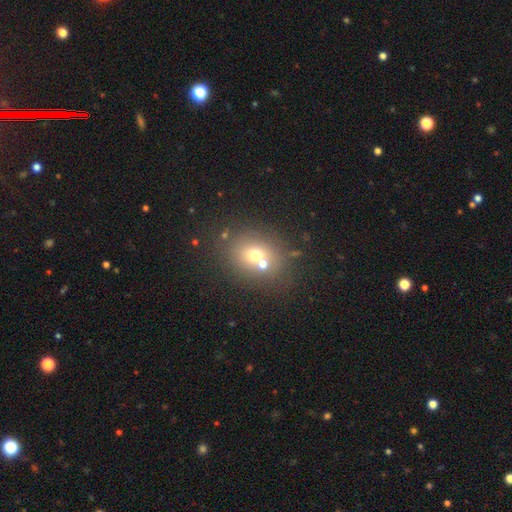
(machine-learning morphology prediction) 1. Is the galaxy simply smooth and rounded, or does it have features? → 64% smooth, 19% featured or disk, 17% star or artifact.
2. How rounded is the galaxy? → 67% round, 33% in between, 1% cigar-shaped.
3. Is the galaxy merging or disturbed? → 54% none, 32% merger, 9% minor disturbance, 5% major disturbance.